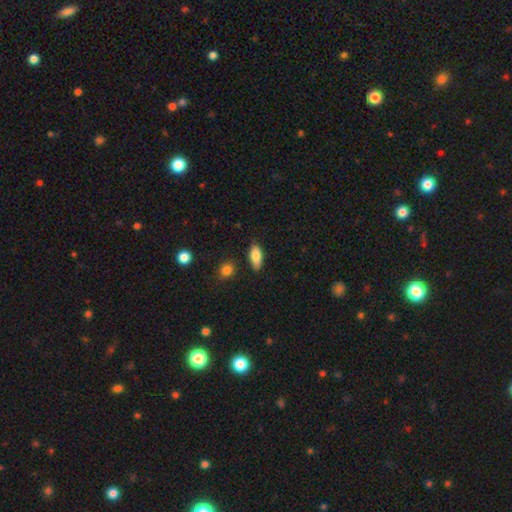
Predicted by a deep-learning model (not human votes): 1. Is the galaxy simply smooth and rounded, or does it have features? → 82% smooth, 10% featured or disk, 7% star or artifact.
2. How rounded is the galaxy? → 84% in between, 12% cigar-shaped, 4% round.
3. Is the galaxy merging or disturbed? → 79% none, 16% minor disturbance, 3% major disturbance, 3% merger.